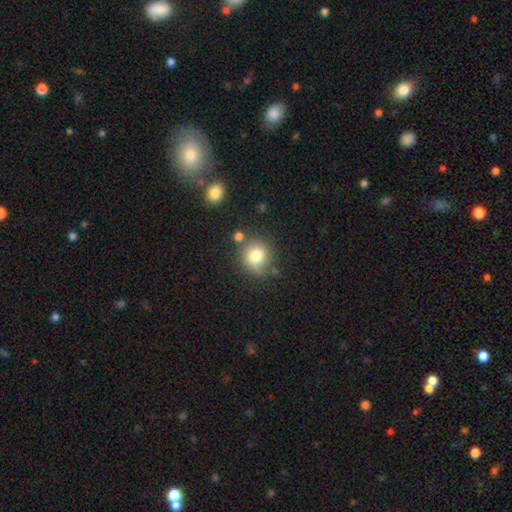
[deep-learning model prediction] smooth_or_featured: smooth (p=0.78) [alt: star or artifact p=0.11]
how_rounded: round (p=0.86) [alt: in between p=0.13]
merging: none (p=0.73) [alt: minor disturbance p=0.14]